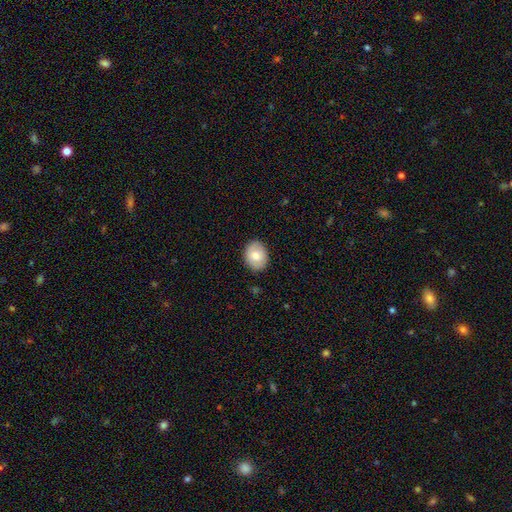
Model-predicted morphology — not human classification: Smooth or featured? Predicted: smooth (p=0.79). How rounded? Predicted: in between (p=0.58). Merging? Predicted: none (p=0.87).